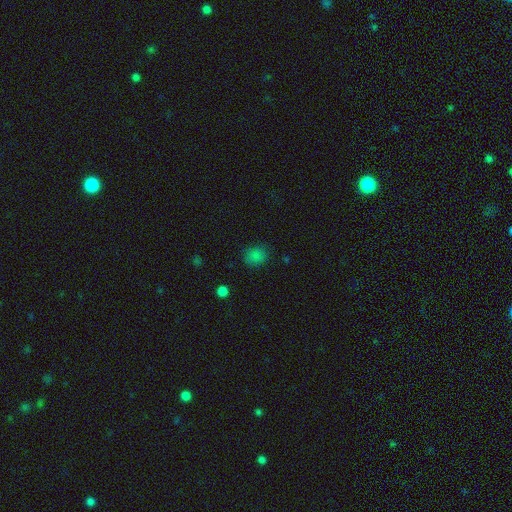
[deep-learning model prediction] The model was most divided on "how rounded": round: 65%, in between: 34%, cigar-shaped: 1%. More confident: merging — none (80%); smooth or featured — smooth (80%).